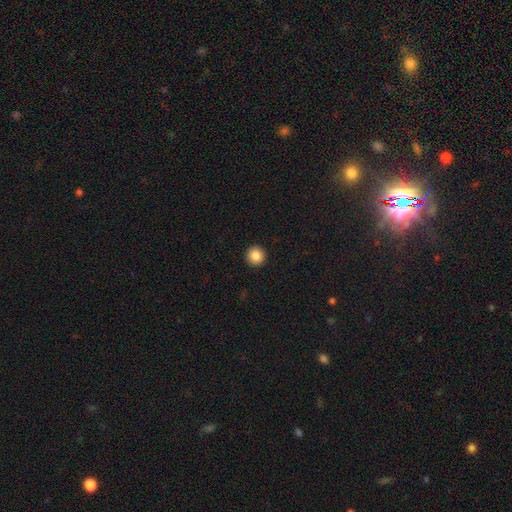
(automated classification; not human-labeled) smooth 87%, star or artifact 9%, featured or disk 4%. Down the decision tree: how rounded — round (96%); merging — none (94%).